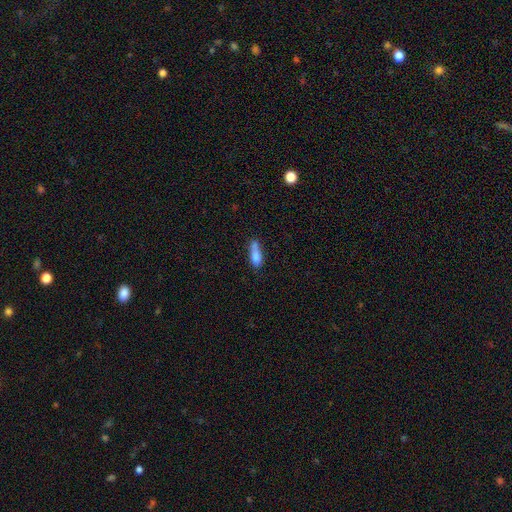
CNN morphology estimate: type=smooth (76%); roundness=in between (55%); merging=none (38%).